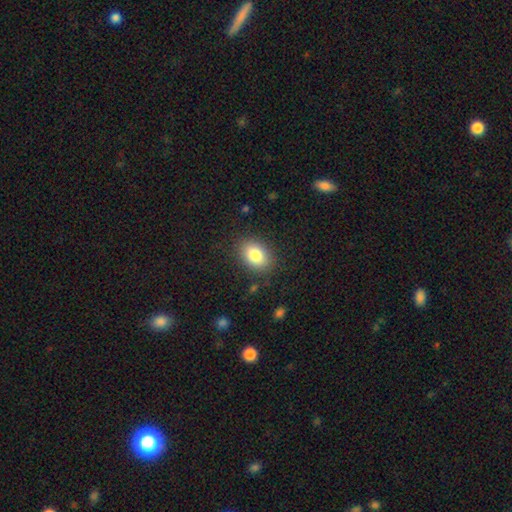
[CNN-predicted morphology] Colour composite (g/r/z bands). It shows a smooth galaxy with no disk features (84%) that is in between round and cigar-shaped (79%). Merging: none (87%).